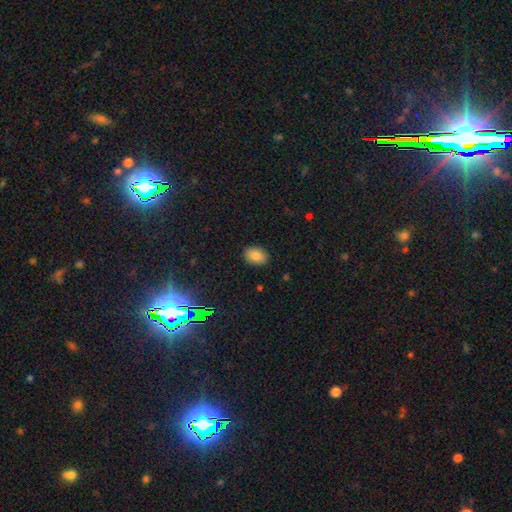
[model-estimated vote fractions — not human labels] Overall: smooth (85%). How rounded: in between (79%). Merging: none (89%).